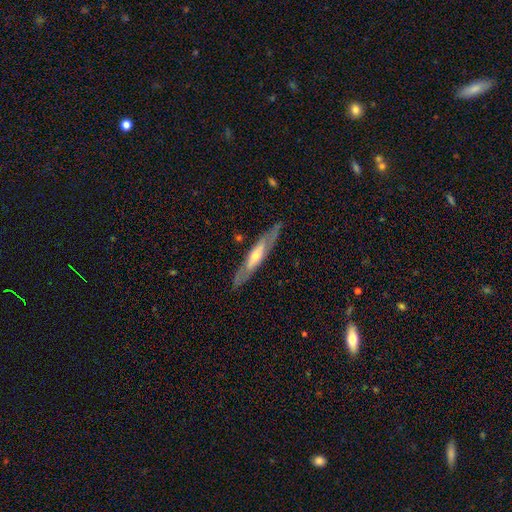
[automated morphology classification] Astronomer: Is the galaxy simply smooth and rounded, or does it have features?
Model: featured or disk — 69%.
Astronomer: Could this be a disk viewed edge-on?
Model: yes — 68%.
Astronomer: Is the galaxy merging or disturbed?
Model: none — 84%.